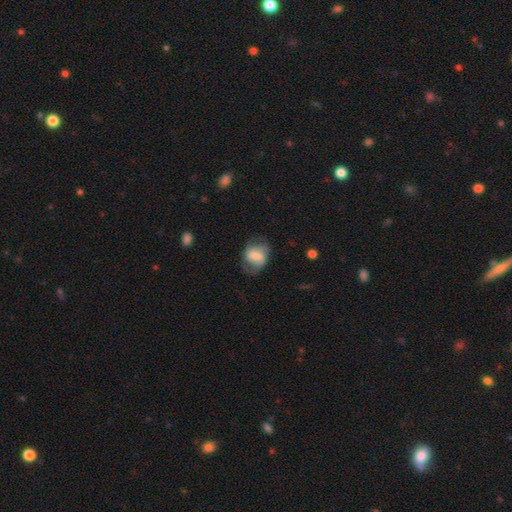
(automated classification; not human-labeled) smooth_or_featured: featured or disk (p=0.47) [alt: smooth p=0.45]
merging: none (p=0.58) [alt: minor disturbance p=0.25]